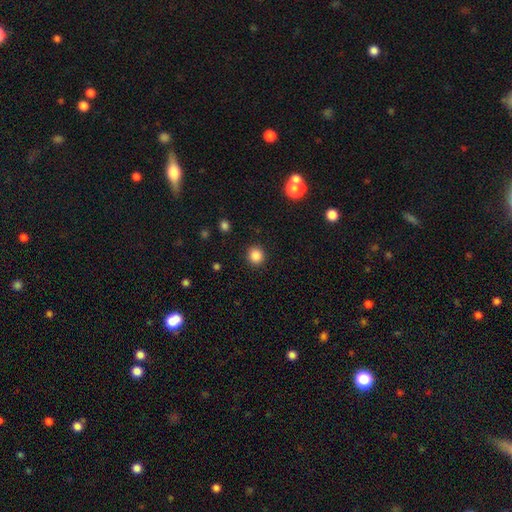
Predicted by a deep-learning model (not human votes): Smooth or featured: smooth — 85% (star or artifact — 11%)
How rounded: round — 92% (in between — 7%)
Merging: none — 91% (minor disturbance — 6%)